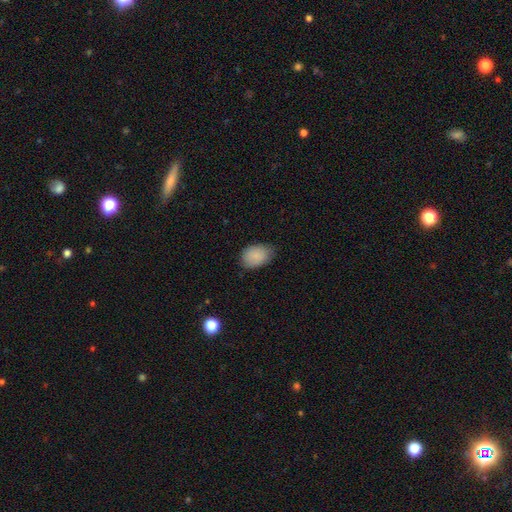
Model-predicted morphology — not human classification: This appears to be a smooth galaxy with no disk features (88%) that is in between round and cigar-shaped (82%). Merging: none (73%).